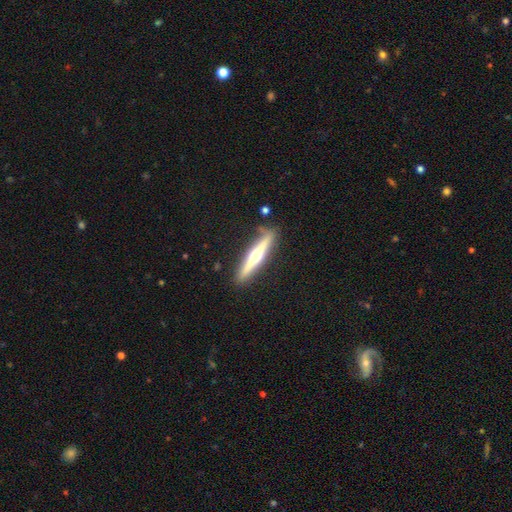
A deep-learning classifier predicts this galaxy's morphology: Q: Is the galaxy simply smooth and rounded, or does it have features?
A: featured or disk — 67%.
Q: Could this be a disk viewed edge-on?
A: yes — 96%.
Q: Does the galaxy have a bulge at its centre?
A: rounded — 93%.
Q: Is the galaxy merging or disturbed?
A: none — 85%.